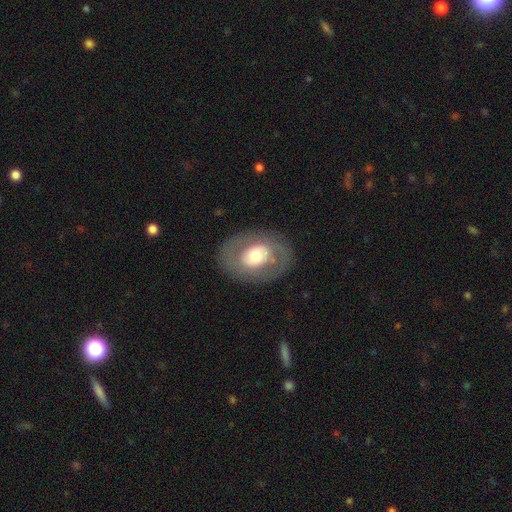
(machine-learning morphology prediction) Smooth or featured: featured or disk — 52% (smooth — 42%)
Edge-on disk: no — 93% (yes — 7%)
Merging: none — 81% (minor disturbance — 11%)